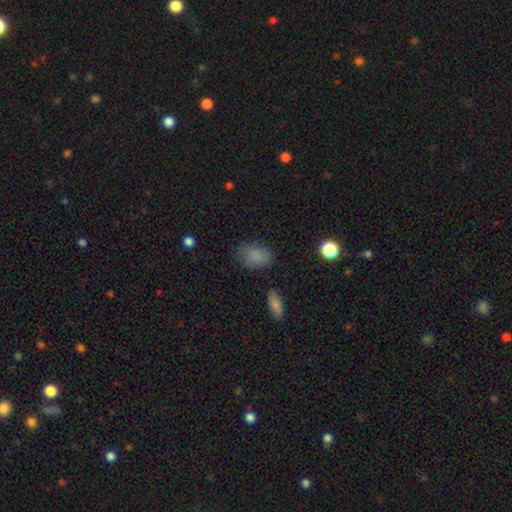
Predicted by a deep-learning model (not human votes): Smooth or featured? Predicted: smooth (p=0.83). How rounded? Predicted: in between (p=0.81). Merging? Predicted: none (p=0.73).